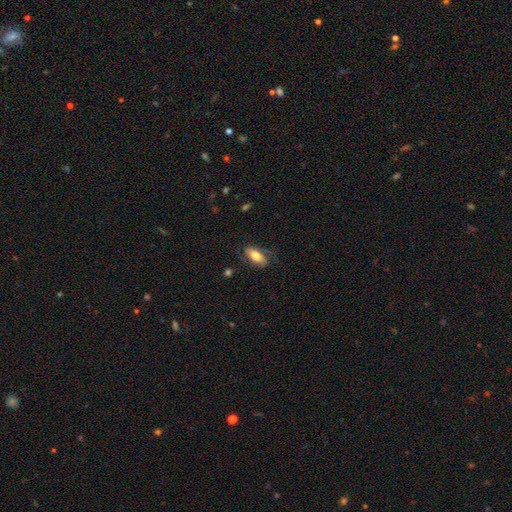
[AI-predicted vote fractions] A smooth galaxy with no disk features (65%) that is in between round and cigar-shaped (88%).

Vote fractions:
- Smooth or featured? smooth: 65% / featured or disk: 29% / star or artifact: 6%
- How rounded? in between: 88% / cigar-shaped: 9% / round: 3%
- Merging? none: 68% / minor disturbance: 21% / major disturbance: 10% / merger: 1%